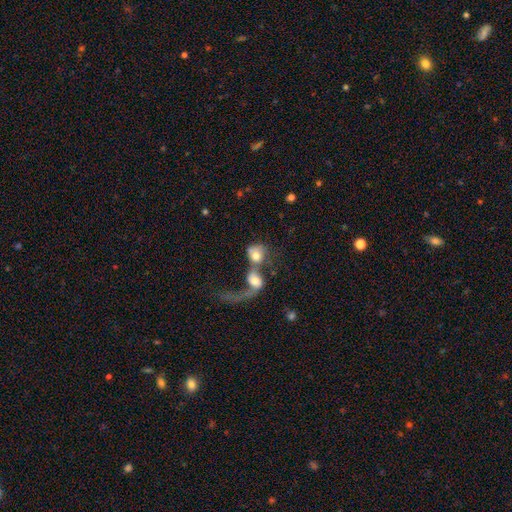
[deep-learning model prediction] A smooth galaxy with no disk features (55%) that is round (63%). Merging: merger (76%).